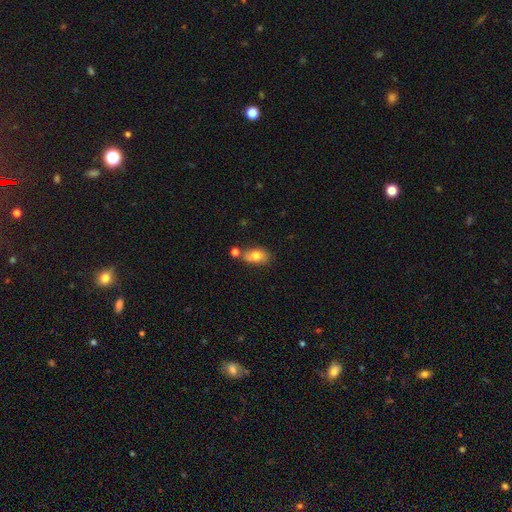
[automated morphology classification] Smooth or featured: smooth — 77% (featured or disk — 14%)
How rounded: in between — 87% (round — 10%)
Merging: none — 60% (minor disturbance — 18%)